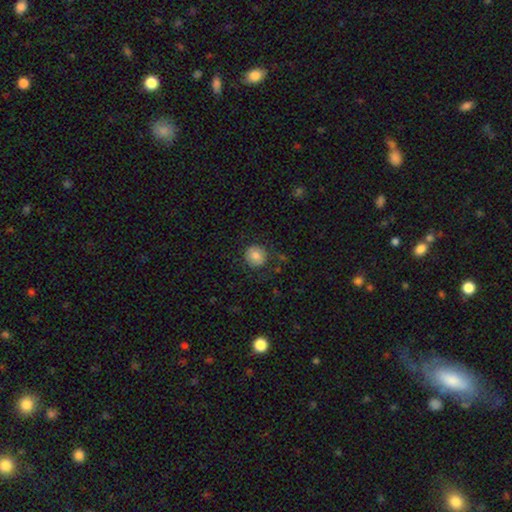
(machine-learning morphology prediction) The model was most divided on "merging": none: 81%, minor disturbance: 12%, major disturbance: 5%, merger: 2%. More confident: how rounded — round (90%); smooth or featured — smooth (82%).